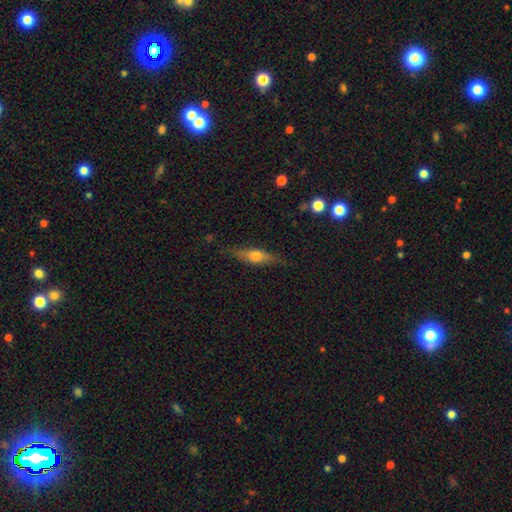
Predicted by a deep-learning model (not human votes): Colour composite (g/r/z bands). It shows a featured or disk galaxy (47%). Merging: none (82%).